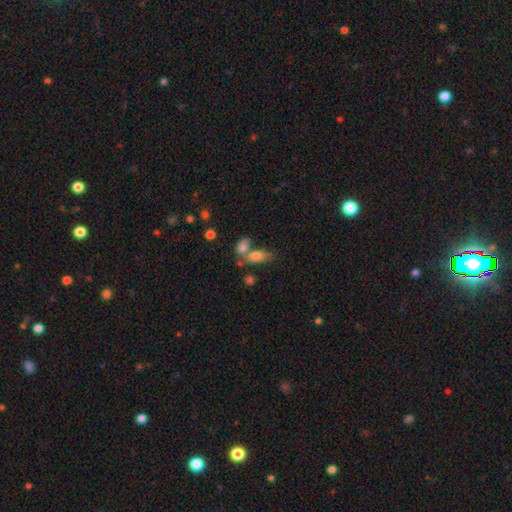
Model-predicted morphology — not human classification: smooth 78%, featured or disk 12%, star or artifact 10%. Down the decision tree: how rounded — in between (85%); merging — merger (43%).